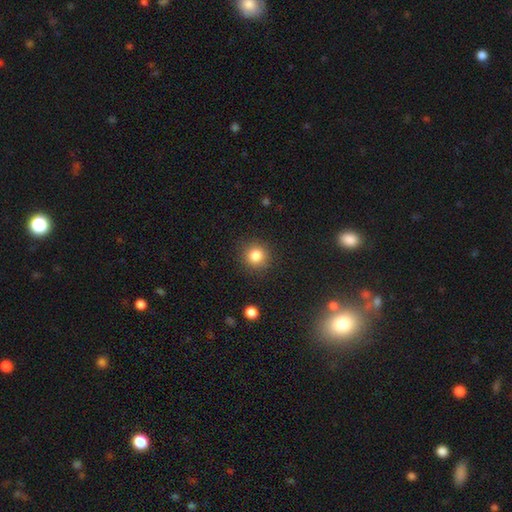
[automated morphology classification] smooth 83%, star or artifact 11%, featured or disk 6%. Down the decision tree: how rounded — round (91%); merging — none (89%).